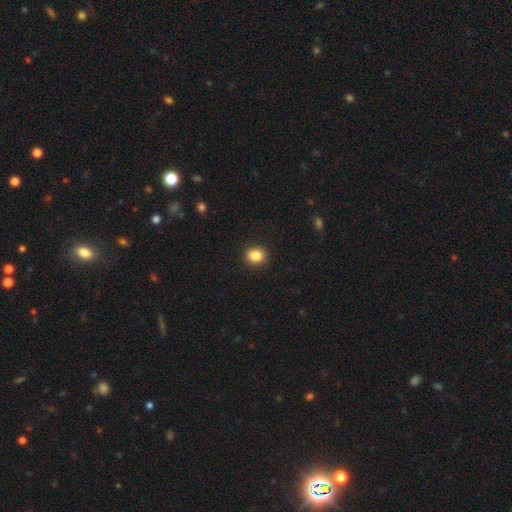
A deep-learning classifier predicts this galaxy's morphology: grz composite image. It shows a smooth galaxy with no disk features (85%) that is round (77%). Merging: none (91%).